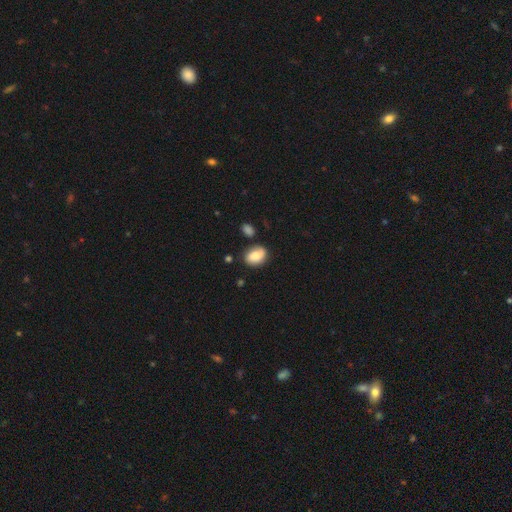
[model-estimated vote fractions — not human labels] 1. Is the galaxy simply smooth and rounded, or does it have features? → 69% smooth, 22% featured or disk, 9% star or artifact.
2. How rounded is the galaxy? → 70% in between, 28% round, 1% cigar-shaped.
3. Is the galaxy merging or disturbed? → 68% none, 20% minor disturbance, 7% merger, 5% major disturbance.